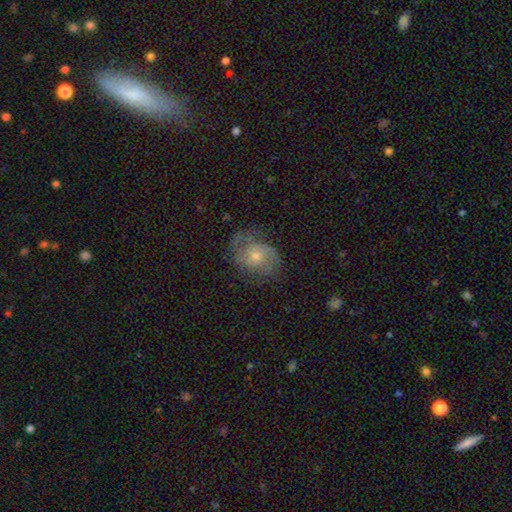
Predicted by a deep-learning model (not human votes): A featured or disk galaxy (67%) with no bar (73%), 2 (70%) medium (46%) spiral arms (90%) and a small central bulge (50%). Merging: none (64%).